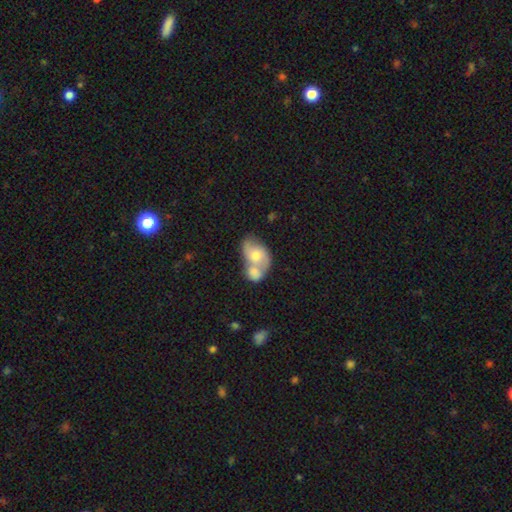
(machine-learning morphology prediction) Smooth or featured: smooth — 53% (featured or disk — 41%)
How rounded: in between — 82% (round — 16%)
Merging: merger — 66% (none — 20%)